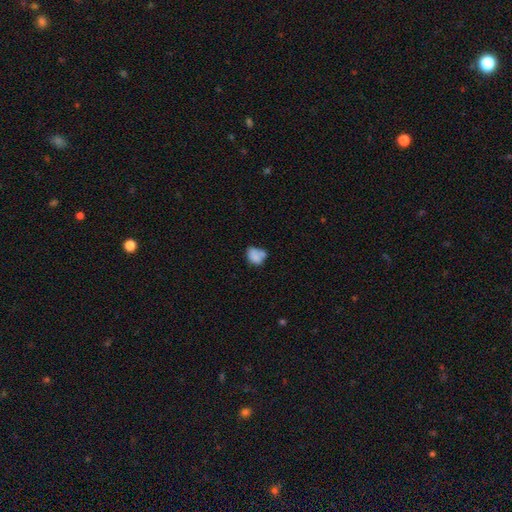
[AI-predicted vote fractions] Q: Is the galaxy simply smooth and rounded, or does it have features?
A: smooth — 75%.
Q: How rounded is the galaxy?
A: in between — 53%.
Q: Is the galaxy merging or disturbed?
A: none — 37%.